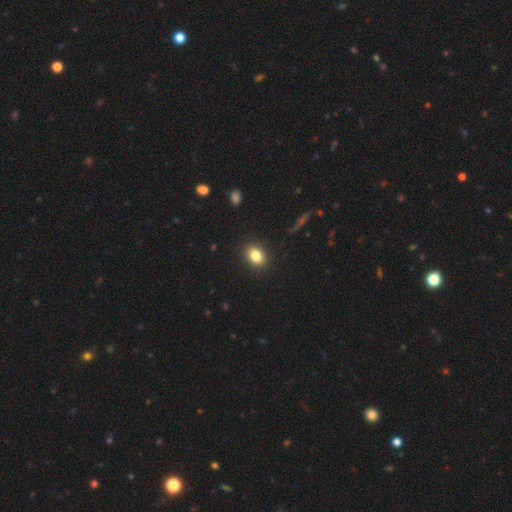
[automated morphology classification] A smooth galaxy with no disk features (82%) that is in between round and cigar-shaped (65%).

Vote fractions:
- Smooth or featured? smooth: 82% / star or artifact: 10% / featured or disk: 8%
- How rounded? in between: 65% / round: 34% / cigar-shaped: 1%
- Merging? none: 89% / minor disturbance: 7% / major disturbance: 2% / merger: 1%